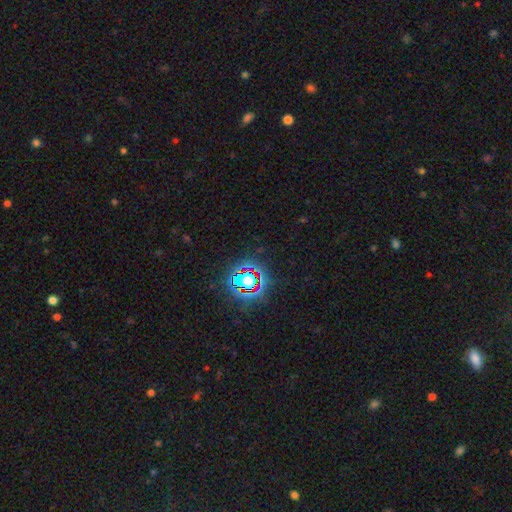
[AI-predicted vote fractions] This appears to be a star or artifact, not a galaxy (82%).